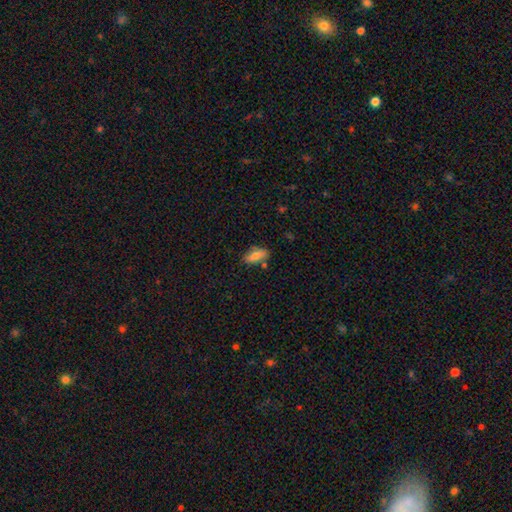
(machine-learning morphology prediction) type=smooth (78%); roundness=in between (78%); merging=none (73%).